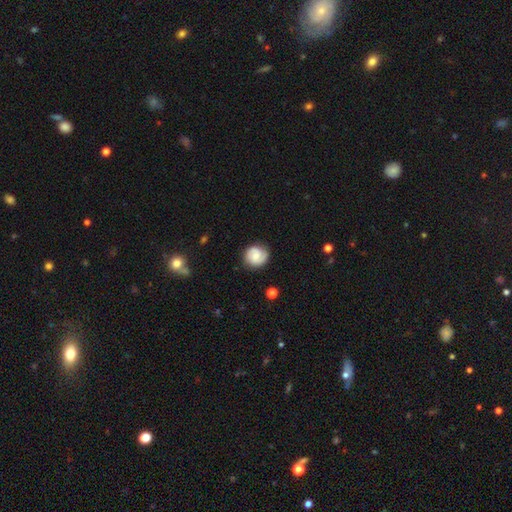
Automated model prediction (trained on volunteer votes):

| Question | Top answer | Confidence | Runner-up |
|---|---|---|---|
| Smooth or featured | featured or disk | 49% | smooth (44%) |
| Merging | none | 82% | minor disturbance (13%) |